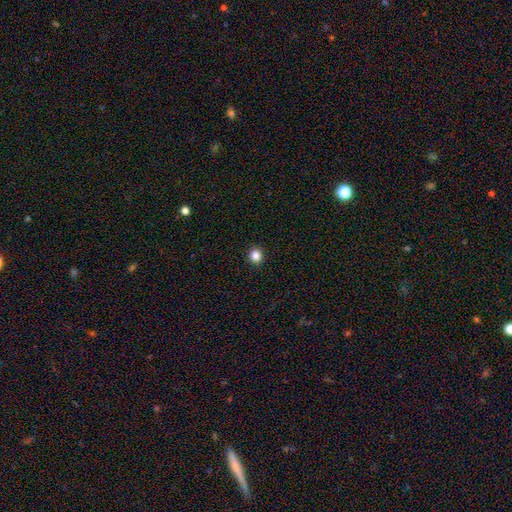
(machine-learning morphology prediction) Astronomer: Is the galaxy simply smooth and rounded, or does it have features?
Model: smooth — 85%.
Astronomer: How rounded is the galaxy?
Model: round — 91%.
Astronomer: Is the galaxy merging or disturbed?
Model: none — 93%.